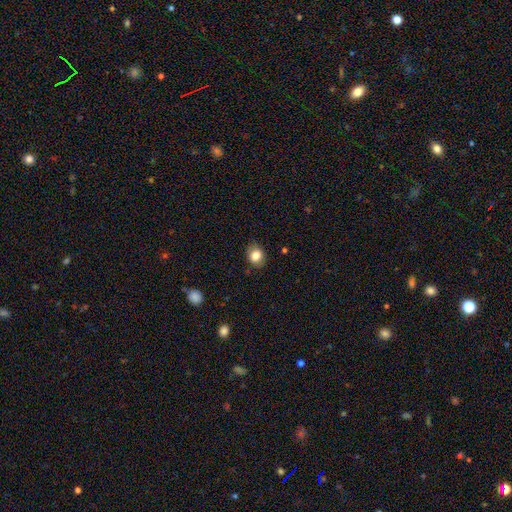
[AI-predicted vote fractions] Overall: smooth (82%). How rounded: round (50%; in between 49%). Merging: none (83%).